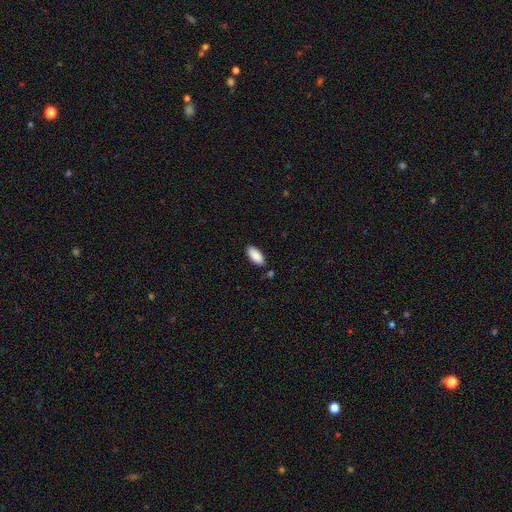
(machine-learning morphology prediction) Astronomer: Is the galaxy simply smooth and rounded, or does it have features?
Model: smooth — 89%.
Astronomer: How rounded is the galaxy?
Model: in between — 90%.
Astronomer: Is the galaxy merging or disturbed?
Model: none — 84%.